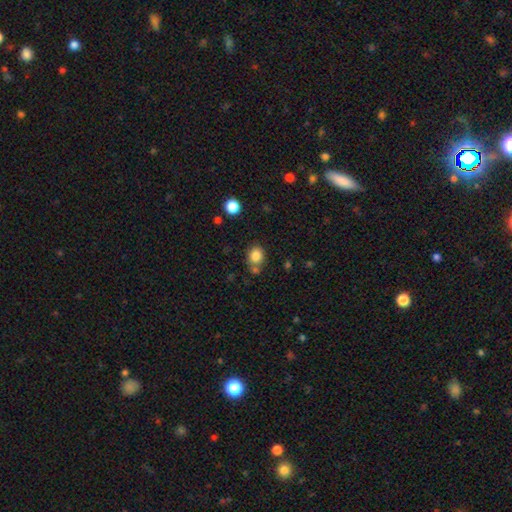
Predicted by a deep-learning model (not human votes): smooth-or-featured: smooth: 84% | star or artifact: 11% | featured or disk: 6%
  how-rounded: round: 73% | in between: 26% | cigar-shaped: 1%
  merging: none: 66% | merger: 17% | minor disturbance: 13% | major disturbance: 4%